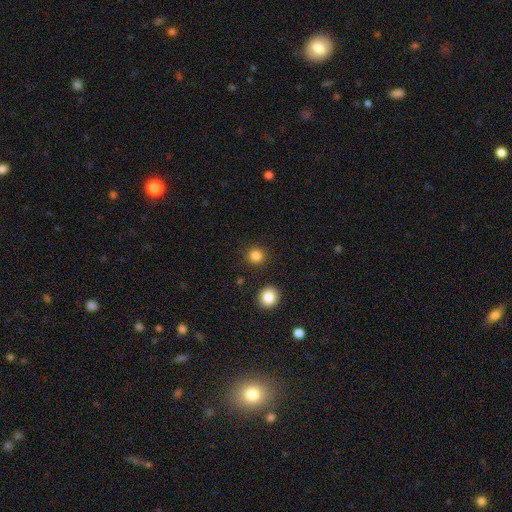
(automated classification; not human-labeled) The model was most divided on "smooth or featured": smooth: 84%, star or artifact: 12%, featured or disk: 4%. More confident: how rounded — round (93%); merging — none (90%).